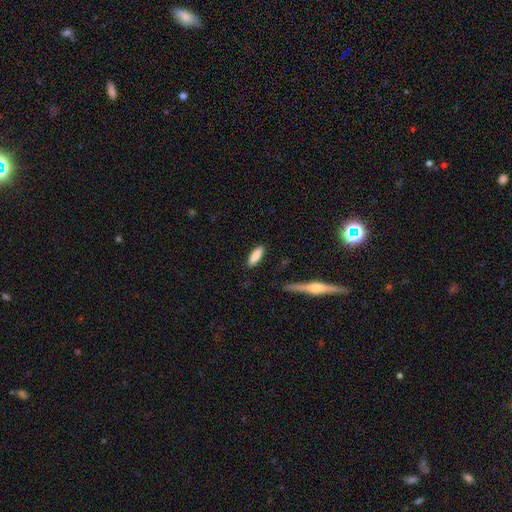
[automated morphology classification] Q: Smooth or featured?
A: smooth (85%); runner-up: featured or disk (9%)
Q: How rounded?
A: cigar-shaped (52%); runner-up: in between (47%)
Q: Merging?
A: none (86%); runner-up: minor disturbance (10%)